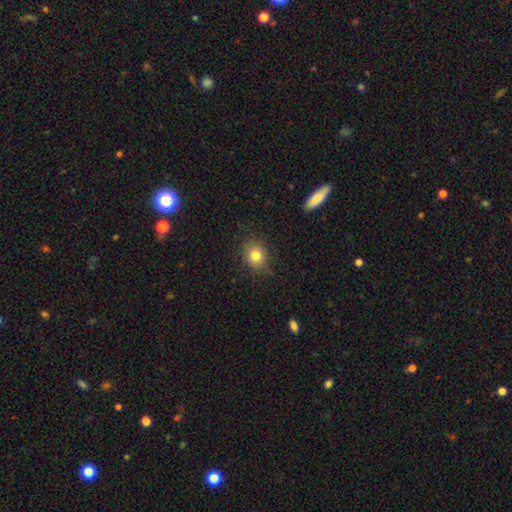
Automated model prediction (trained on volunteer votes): Morphology: type=smooth (81%); roundness=round (55%); merging=none (84%).